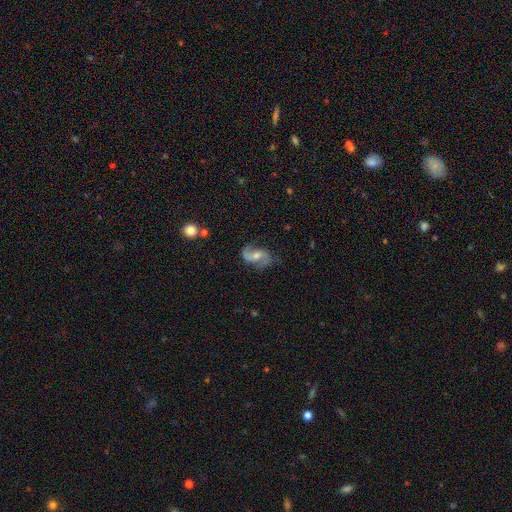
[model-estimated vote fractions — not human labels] Overall: featured or disk (83%). Edge-on disk: no (97%). Bar: weak (42%; no 41%). Spiral arms: yes (95%). Spiral arm count: 2 (90%). Spiral winding: loose (52%; medium 37%). Bulge size: moderate (51%; small 40%). Merging: none (72%).